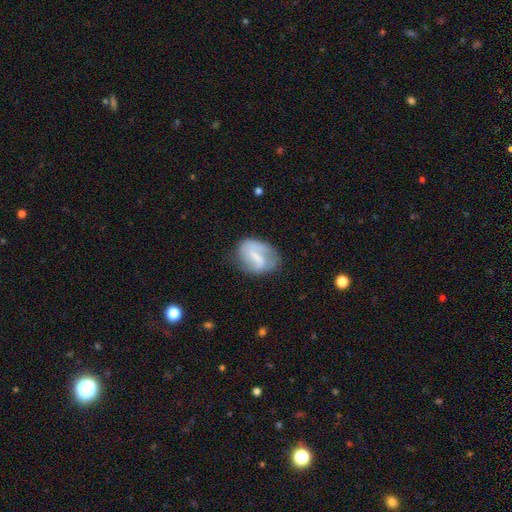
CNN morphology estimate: The model was most divided on "bulge size": none: 39%, small: 38%, moderate: 19%, large: 3%, dominant: 1%. Remaining: edge-on disk — no (97%); spiral arms — yes (82%); spiral arm count — 2 (72%); smooth or featured — featured or disk (63%); merging — none (60%); bar — weak (48%); spiral winding — loose (44%).